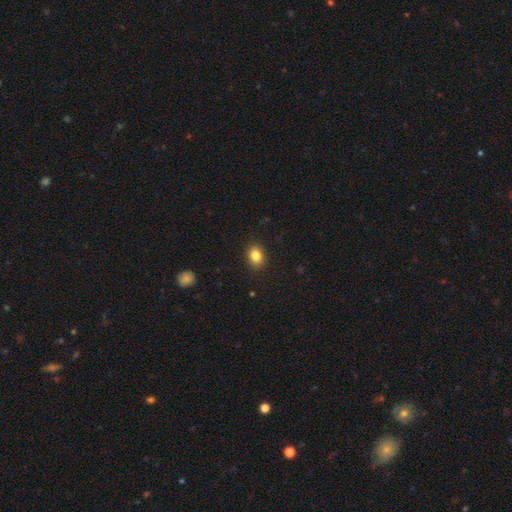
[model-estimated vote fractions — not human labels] This is clearly a smooth galaxy (84%). How rounded: possibly in between (53%). Merging: clearly none (89%).